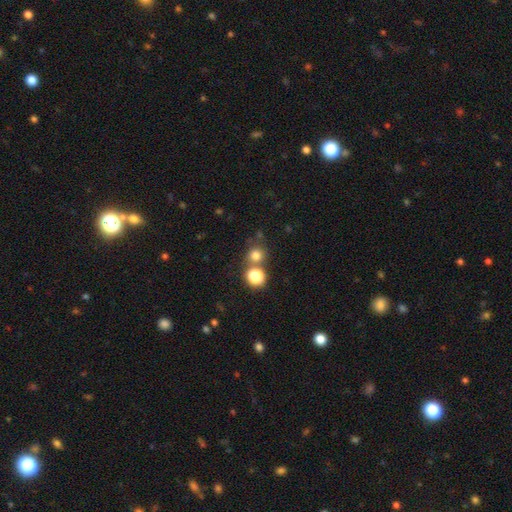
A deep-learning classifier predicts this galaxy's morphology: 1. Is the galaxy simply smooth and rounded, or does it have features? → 73% smooth, 19% star or artifact, 8% featured or disk.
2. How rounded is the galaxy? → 88% round, 11% in between, 1% cigar-shaped.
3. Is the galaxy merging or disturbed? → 65% none, 23% merger, 8% minor disturbance, 4% major disturbance.